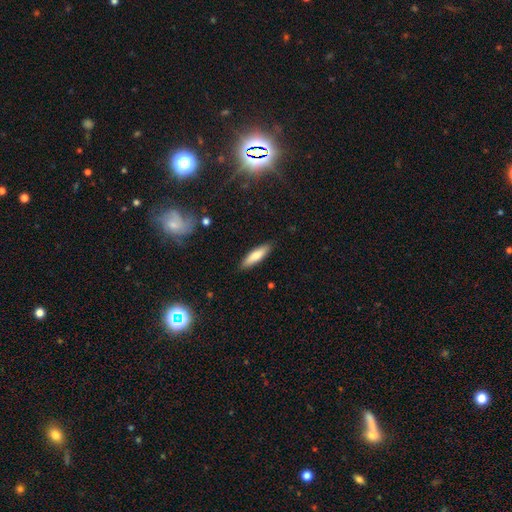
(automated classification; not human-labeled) Smooth or featured? smooth (75%)
How rounded? cigar-shaped (63%)
Merging? none (88%)